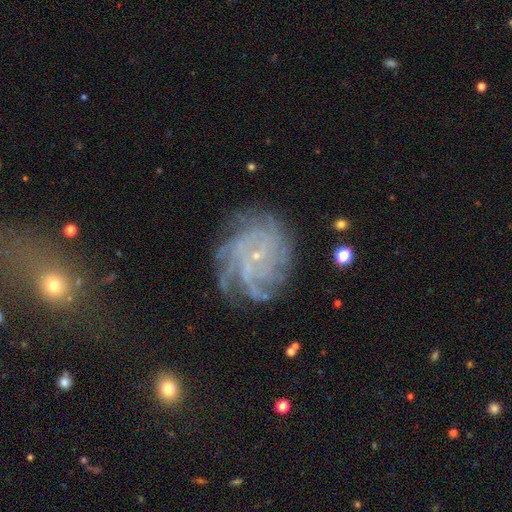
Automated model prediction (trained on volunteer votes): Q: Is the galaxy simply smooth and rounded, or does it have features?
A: featured or disk — 81%.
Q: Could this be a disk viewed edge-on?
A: no — 97%.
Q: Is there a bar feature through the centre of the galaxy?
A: no — 67%.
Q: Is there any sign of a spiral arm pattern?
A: yes — 96%.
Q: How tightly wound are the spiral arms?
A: tight — 67%.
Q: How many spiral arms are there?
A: more than 4 — 28%.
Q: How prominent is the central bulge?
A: small — 86%.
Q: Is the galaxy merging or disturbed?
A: none — 71%.